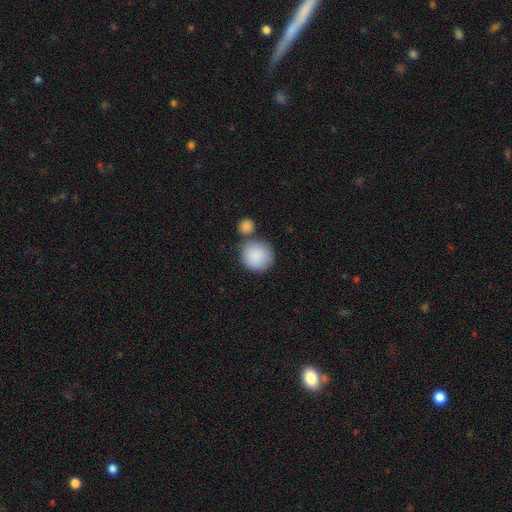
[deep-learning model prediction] Smooth or featured: smooth — 88% (star or artifact — 6%)
How rounded: round — 92% (in between — 7%)
Merging: none — 61% (merger — 22%)